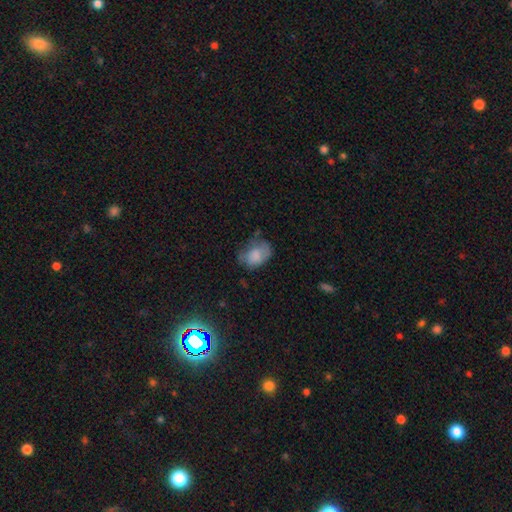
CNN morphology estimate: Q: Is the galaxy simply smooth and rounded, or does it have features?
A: smooth — 72%.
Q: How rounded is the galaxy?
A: in between — 76%.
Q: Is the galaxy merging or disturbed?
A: none — 45%.